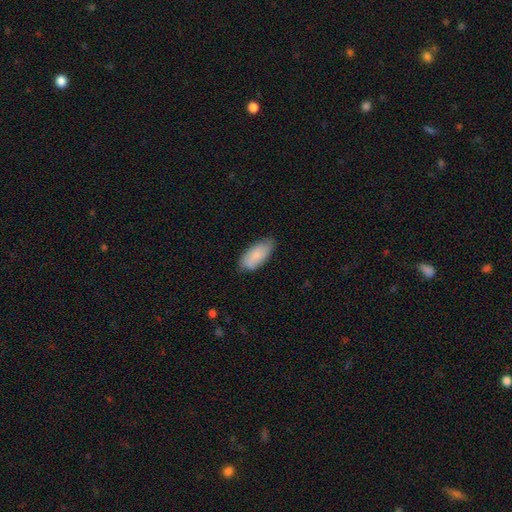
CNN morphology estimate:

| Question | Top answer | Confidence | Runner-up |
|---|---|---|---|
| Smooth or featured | smooth | 83% | featured or disk (11%) |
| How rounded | in between | 88% | cigar-shaped (11%) |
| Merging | none | 74% | minor disturbance (21%) |